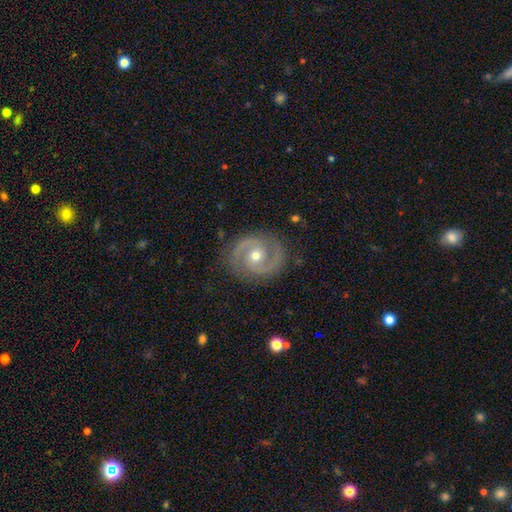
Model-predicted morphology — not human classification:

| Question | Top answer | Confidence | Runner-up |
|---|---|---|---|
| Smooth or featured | featured or disk | 91% | star or artifact (5%) |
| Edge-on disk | no | 98% | yes (2%) |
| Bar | no | 59% | weak (30%) |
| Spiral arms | yes | 97% | no (3%) |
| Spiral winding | medium | 49% | tight (42%) |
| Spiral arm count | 2 | 94% | can't tell (2%) |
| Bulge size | moderate | 63% | small (34%) |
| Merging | none | 87% | minor disturbance (10%) |